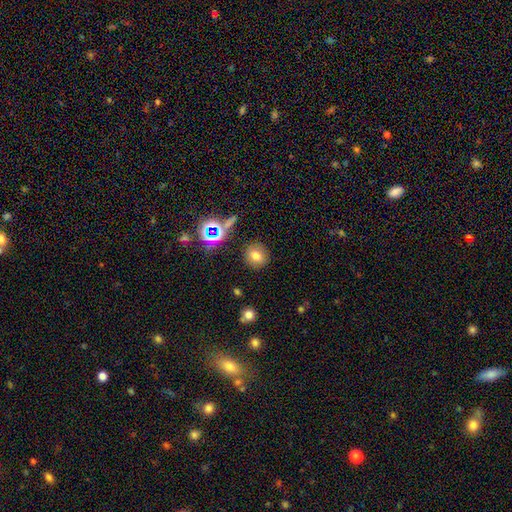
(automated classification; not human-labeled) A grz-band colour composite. It shows a smooth galaxy with no disk features (71%) that is round (78%). Merging: none (86%).